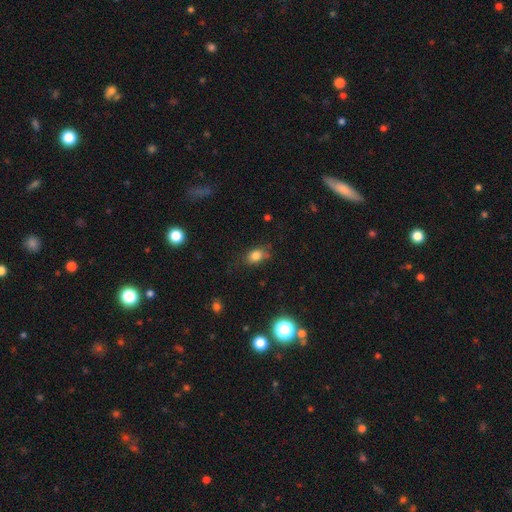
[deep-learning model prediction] smooth 80%, star or artifact 12%, featured or disk 8%. Down the decision tree: how rounded — in between (70%); merging — none (72%).